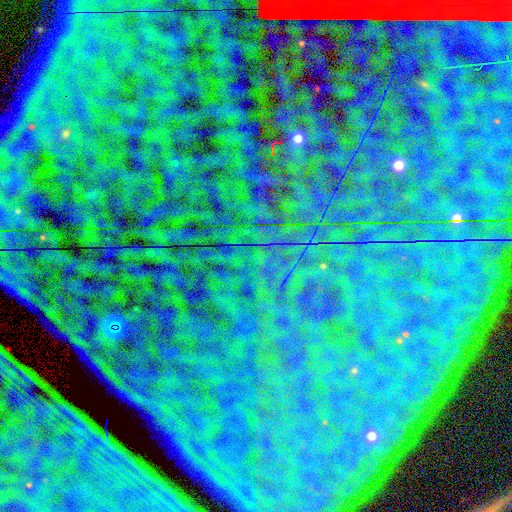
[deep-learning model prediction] This is clearly a star or artifact rather than a galaxy (86%).